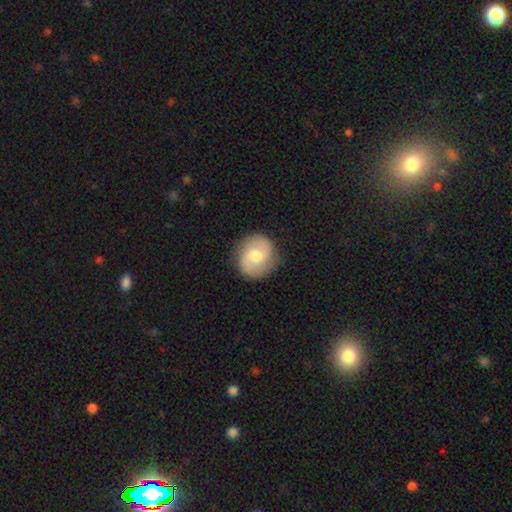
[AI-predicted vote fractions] This is possibly a featured or disk galaxy (59%). It is clearly not viewed edge-on (98%). Bar: possibly no (46%). Spiral arm pattern: clearly yes (89%). Spiral arm count: clearly 2 (89%). Spiral winding: possibly medium (48%). Central bulge: likely moderate (66%). Merging: clearly none (85%).